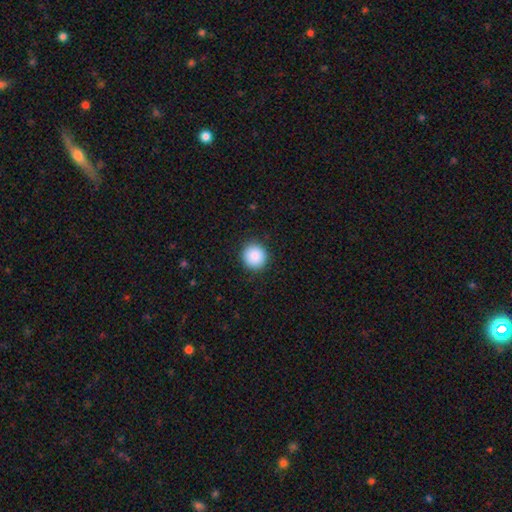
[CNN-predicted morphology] Smooth or featured?
  - smooth: 89% *
  - star or artifact: 8%
  - featured or disk: 3%
How rounded?
  - round: 94% *
  - in between: 5%
  - cigar-shaped: 1%
Merging?
  - none: 92% *
  - minor disturbance: 6%
  - major disturbance: 2%
  - merger: 1%